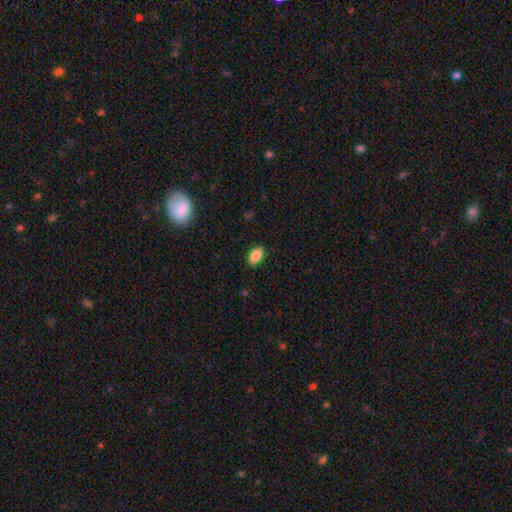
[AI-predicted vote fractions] A smooth galaxy with no disk features (88%) that is in between round and cigar-shaped (91%). Merging: none (88%).